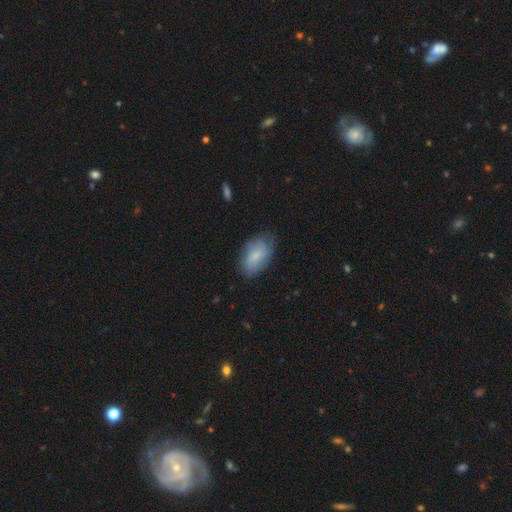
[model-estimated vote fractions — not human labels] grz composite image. It shows a smooth galaxy with no disk features (68%) that is in between round and cigar-shaped (92%). Merging: none (70%).